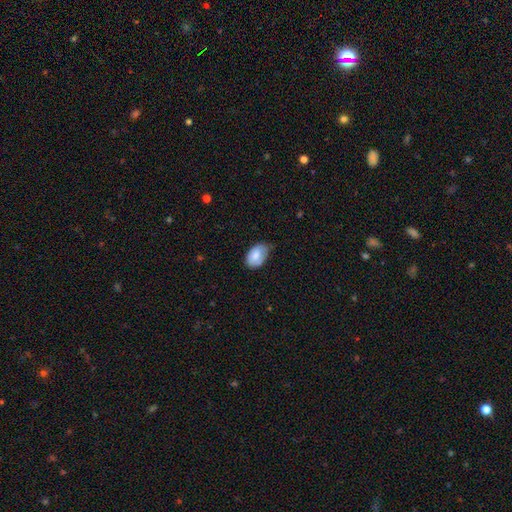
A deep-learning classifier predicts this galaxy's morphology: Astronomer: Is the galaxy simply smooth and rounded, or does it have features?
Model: smooth — 78%.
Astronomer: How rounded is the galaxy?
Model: in between — 90%.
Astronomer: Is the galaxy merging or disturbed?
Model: none — 57% (runner-up: minor disturbance, 35%).